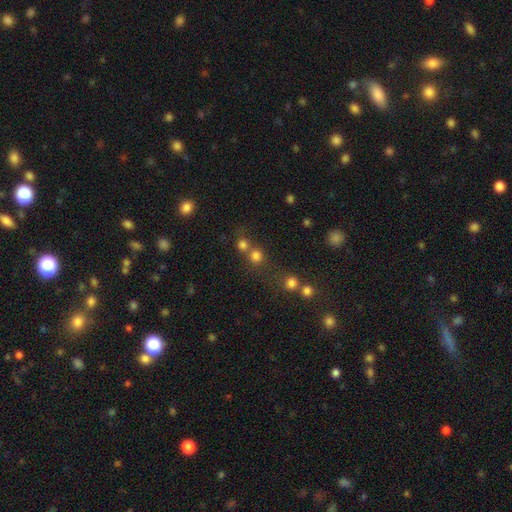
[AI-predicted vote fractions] A smooth galaxy with no disk features (75%) that is round (89%).

Vote fractions:
- Smooth or featured? smooth: 75% / star or artifact: 18% / featured or disk: 7%
- How rounded? round: 89% / in between: 10% / cigar-shaped: 1%
- Merging? none: 58% / merger: 31% / minor disturbance: 7% / major disturbance: 4%